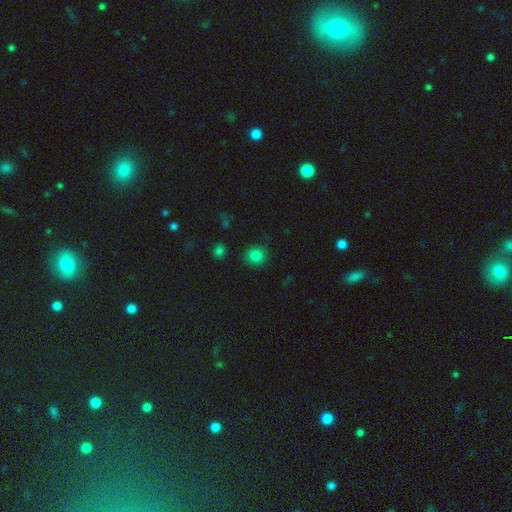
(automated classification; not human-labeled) smooth 82%, star or artifact 12%, featured or disk 5%. Down the decision tree: how rounded — round (86%); merging — none (88%).